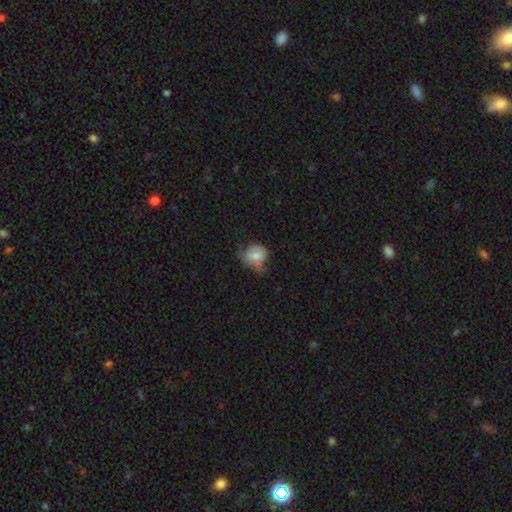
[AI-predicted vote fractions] smooth 69%, featured or disk 22%, star or artifact 9%. Down the decision tree: how rounded — round (60%); merging — minor disturbance (38%).